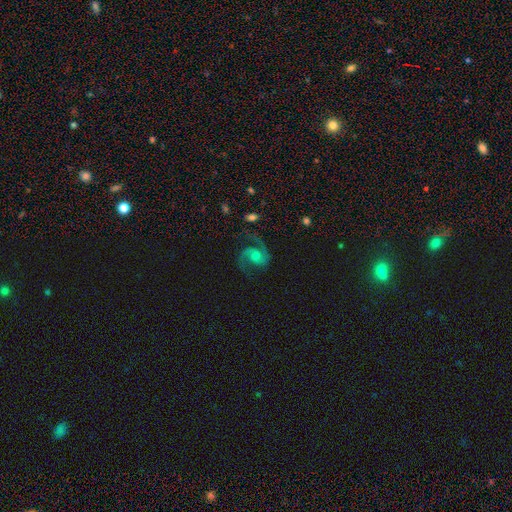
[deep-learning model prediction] A featured or disk galaxy (88%) with no bar (62%), 2 (91%) medium (60%) spiral arms (98%) and a moderate central bulge (52%).

Vote fractions:
- Smooth or featured? featured or disk: 88% / star or artifact: 6% / smooth: 6%
- Edge-on disk? no: 98% / yes: 2%
- Bar? no: 62% / weak: 32% / strong: 6%
- Spiral arms? yes: 98% / no: 2%
- Spiral winding? medium: 60% / loose: 23% / tight: 17%
- Spiral arm count? 2: 91% / 1: 3% / can't tell: 2% / 3: 2% / 4: 1% / more than 4: 1%
- Bulge size? moderate: 52% / small: 36% / large: 6% / none: 5% / dominant: 1%
- Merging? none: 73% / minor disturbance: 15% / major disturbance: 10% / merger: 2%